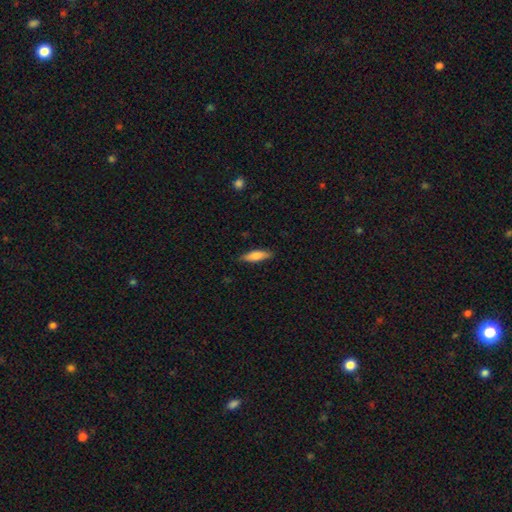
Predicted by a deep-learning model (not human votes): smooth-or-featured: smooth: 76% | featured or disk: 18% | star or artifact: 6%
  how-rounded: cigar-shaped: 53% | in between: 45% | round: 2%
  merging: none: 85% | minor disturbance: 12% | major disturbance: 2% | merger: 1%